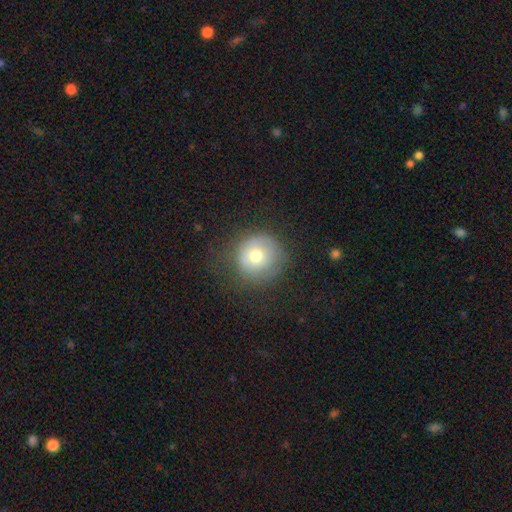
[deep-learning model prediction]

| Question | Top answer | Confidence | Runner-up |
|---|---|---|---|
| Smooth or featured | smooth | 69% | featured or disk (21%) |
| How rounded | round | 92% | in between (7%) |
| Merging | none | 67% | minor disturbance (20%) |